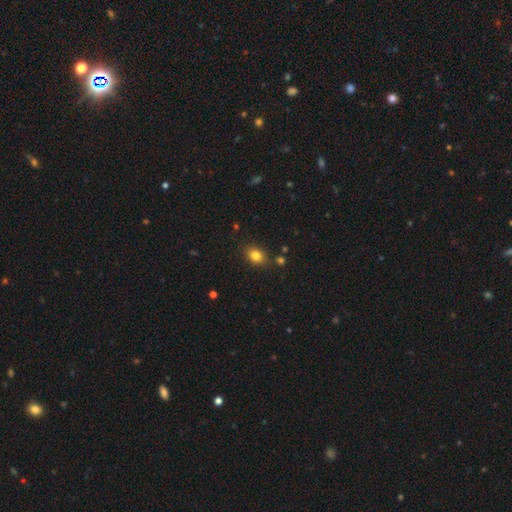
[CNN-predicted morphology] The model was most divided on "how rounded": in between: 69%, round: 30%, cigar-shaped: 1%. More confident: merging — none (84%); smooth or featured — smooth (82%).